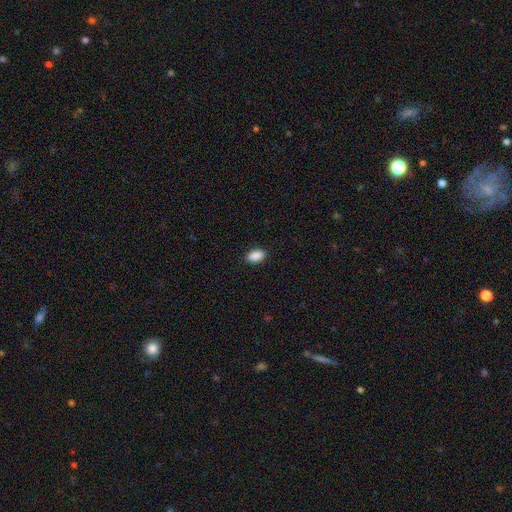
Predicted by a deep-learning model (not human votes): smooth_or_featured: smooth (p=0.90) [alt: star or artifact p=0.07]
how_rounded: in between (p=0.92) [alt: round p=0.05]
merging: none (p=0.88) [alt: minor disturbance p=0.09]